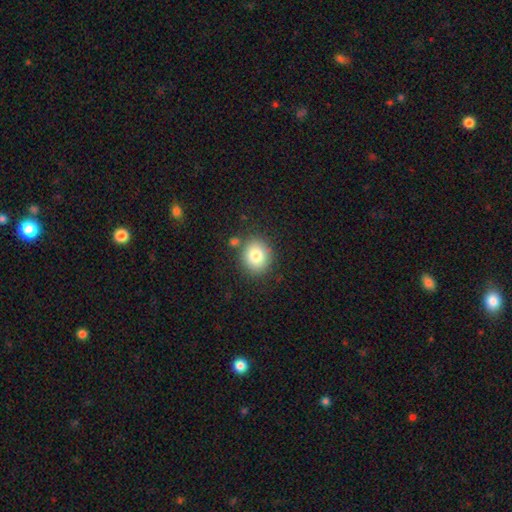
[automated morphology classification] smooth 81%, star or artifact 10%, featured or disk 9%. Down the decision tree: how rounded — round (75%); merging — none (80%).